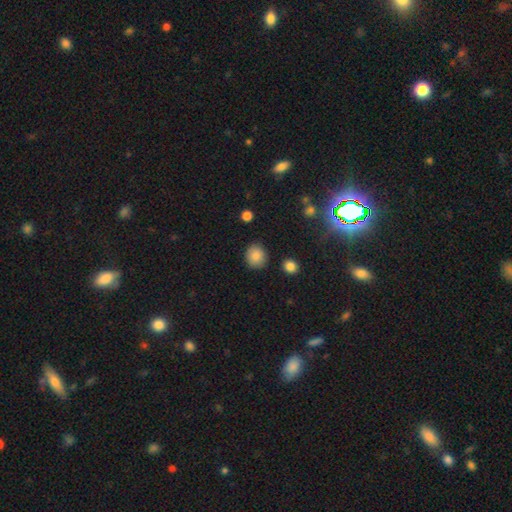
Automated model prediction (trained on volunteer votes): Smooth or featured: smooth — 85% (star or artifact — 9%)
How rounded: round — 81% (in between — 18%)
Merging: none — 86% (minor disturbance — 9%)